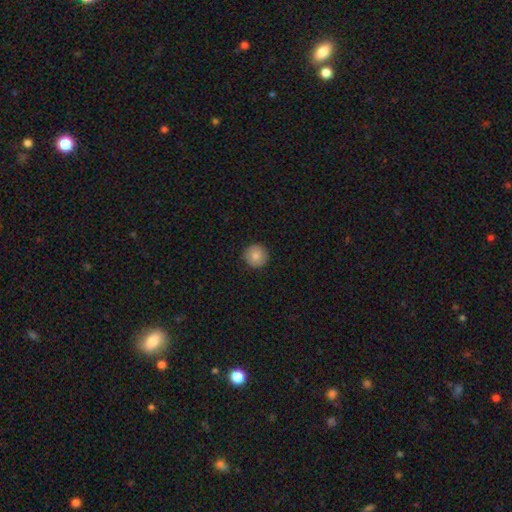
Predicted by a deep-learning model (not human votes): This is clearly a smooth galaxy (83%). How rounded: clearly round (96%). Merging: clearly none (91%).